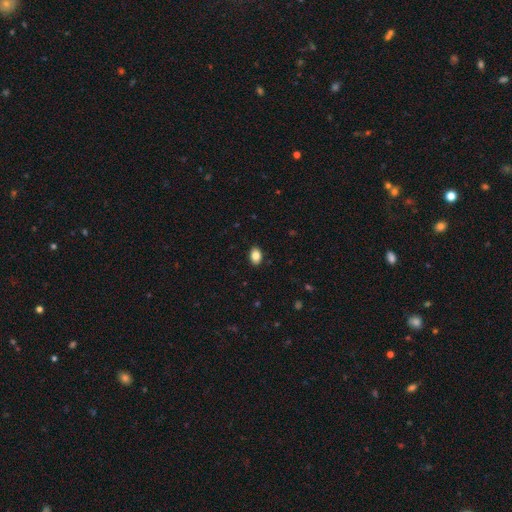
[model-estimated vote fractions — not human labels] This is clearly a smooth galaxy (85%). How rounded: clearly in between (82%). Merging: clearly none (89%).